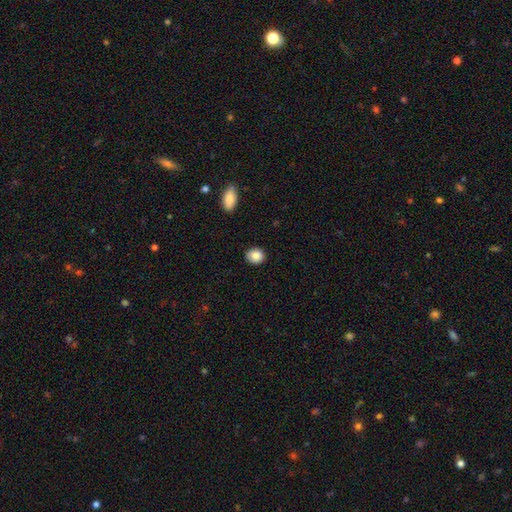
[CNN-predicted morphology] Smooth or featured: smooth — 87% (star or artifact — 8%)
How rounded: round — 66% (in between — 33%)
Merging: none — 88% (minor disturbance — 9%)